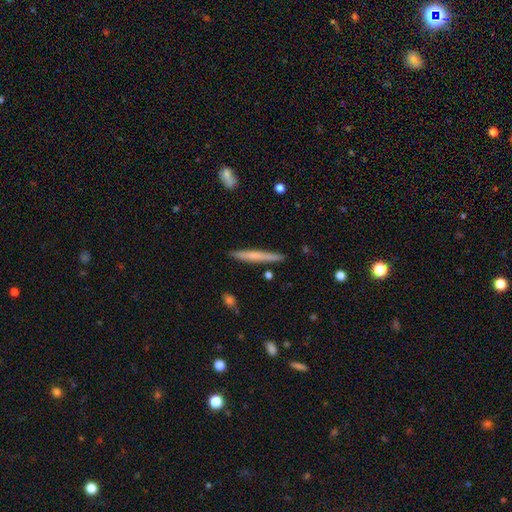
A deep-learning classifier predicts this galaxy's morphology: Q: Smooth or featured?
A: smooth (56%); runner-up: featured or disk (38%)
Q: How rounded?
A: cigar-shaped (96%); runner-up: in between (2%)
Q: Merging?
A: none (89%); runner-up: minor disturbance (8%)